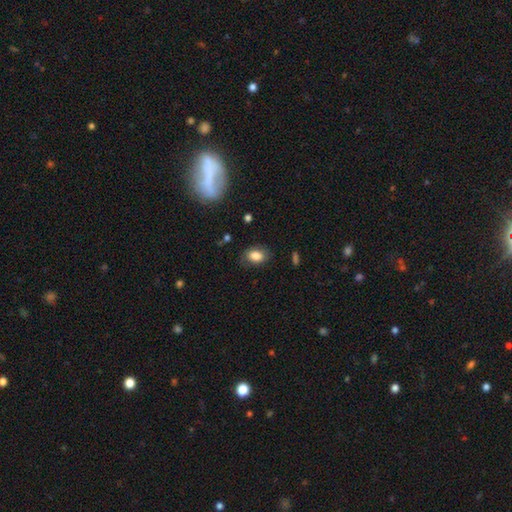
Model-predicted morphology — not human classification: Smooth or featured: smooth — 82% (featured or disk — 10%)
How rounded: in between — 79% (round — 20%)
Merging: none — 75% (minor disturbance — 18%)